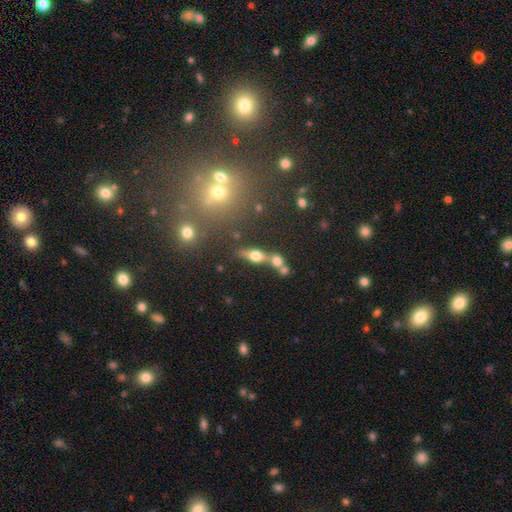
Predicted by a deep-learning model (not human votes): This is possibly a smooth galaxy (48%). Merging: marginally none (42%, tied with merger).